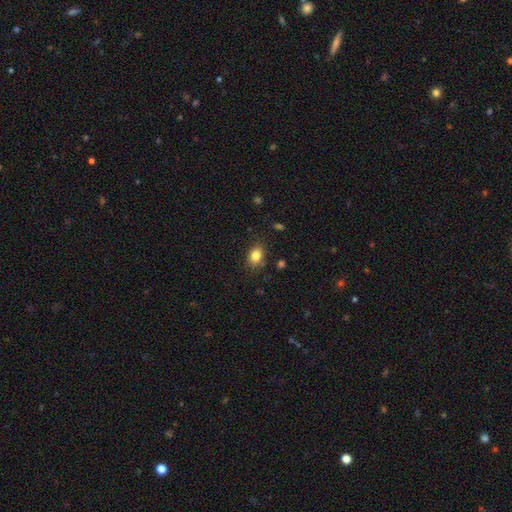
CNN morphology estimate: Overall: smooth (83%). How rounded: in between (71%). Merging: none (82%).